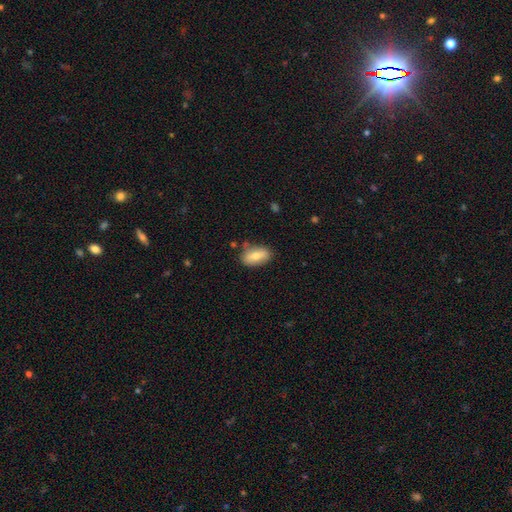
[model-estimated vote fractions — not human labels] smooth-or-featured: smooth: 75% | featured or disk: 18% | star or artifact: 7%
  how-rounded: in between: 90% | cigar-shaped: 5% | round: 5%
  merging: none: 77% | minor disturbance: 16% | merger: 4% | major disturbance: 3%